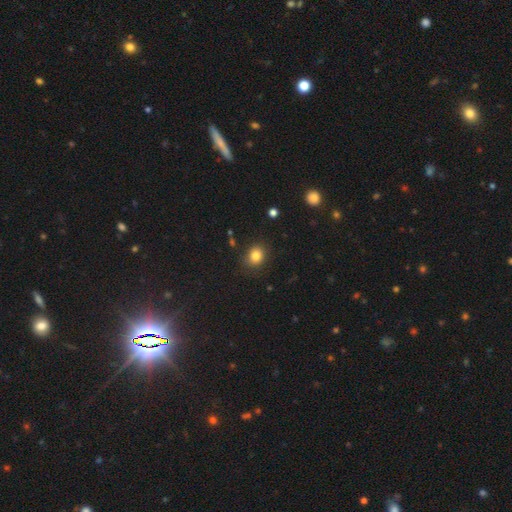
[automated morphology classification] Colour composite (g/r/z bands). It shows a smooth galaxy with no disk features (83%) that is round (67%). Merging: none (84%).